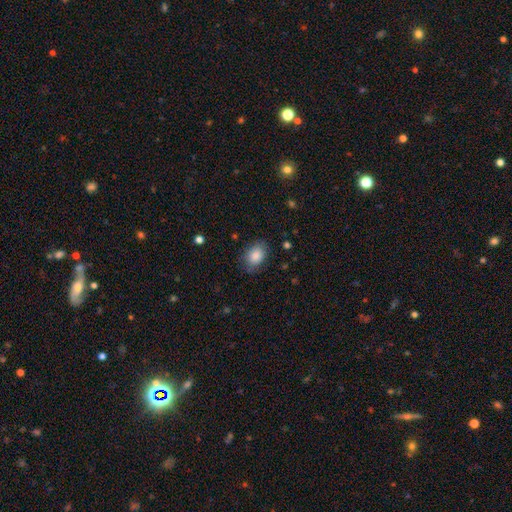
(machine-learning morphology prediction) Smooth or featured?
  - smooth: 86% *
  - star or artifact: 7%
  - featured or disk: 6%
How rounded?
  - in between: 76% *
  - round: 23%
  - cigar-shaped: 1%
Merging?
  - none: 78% *
  - minor disturbance: 17%
  - major disturbance: 4%
  - merger: 1%